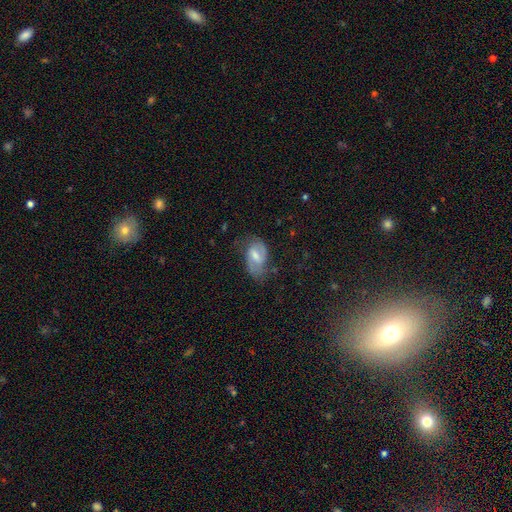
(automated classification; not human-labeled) A featured or disk galaxy (57%) with a weak bar (54%), spiral arms (80%) and a moderate central bulge (48%).

Vote fractions:
- Smooth or featured? featured or disk: 57% / smooth: 35% / star or artifact: 8%
- Edge-on disk? no: 95% / yes: 5%
- Bar? weak: 54% / strong: 28% / no: 19%
- Spiral arms? yes: 80% / no: 20%
- Bulge size? moderate: 48% / small: 36% / none: 8% / large: 7% / dominant: 1%
- Merging? none: 54% / minor disturbance: 29% / major disturbance: 15% / merger: 2%